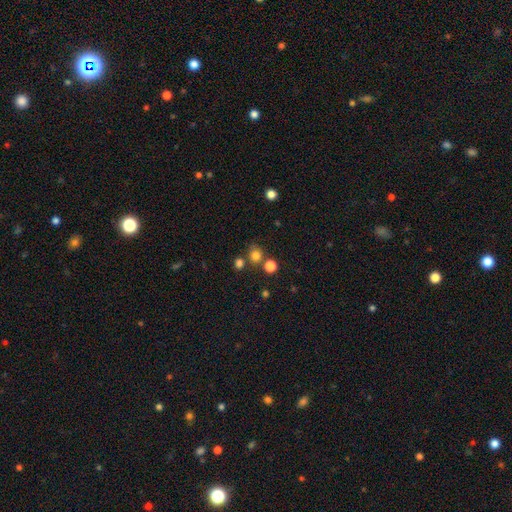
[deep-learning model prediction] A smooth galaxy with no disk features (77%) that is round (81%).

Vote fractions:
- Smooth or featured? smooth: 77% / star or artifact: 17% / featured or disk: 6%
- How rounded? round: 81% / in between: 18% / cigar-shaped: 1%
- Merging? none: 67% / merger: 18% / minor disturbance: 11% / major disturbance: 4%